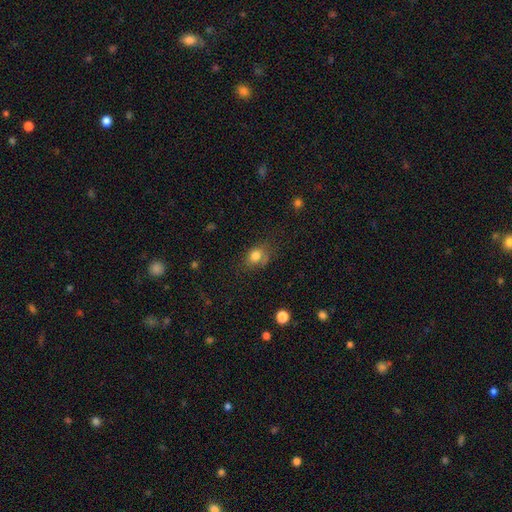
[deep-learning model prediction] A smooth galaxy with no disk features (79%) that is in between round and cigar-shaped (60%). Merging: none (62%).